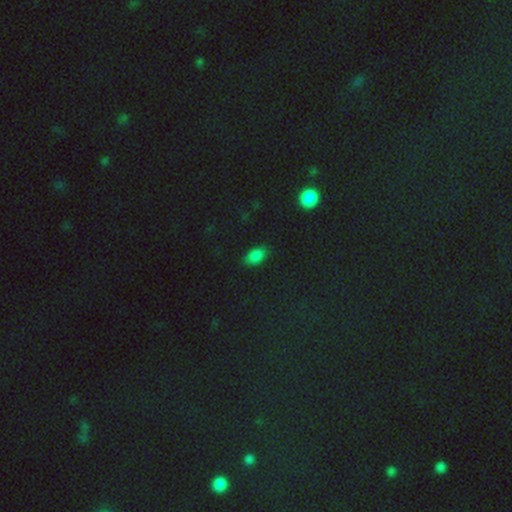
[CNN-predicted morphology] This is likely a smooth galaxy (78%). How rounded: clearly in between (87%). Merging: clearly none (82%).